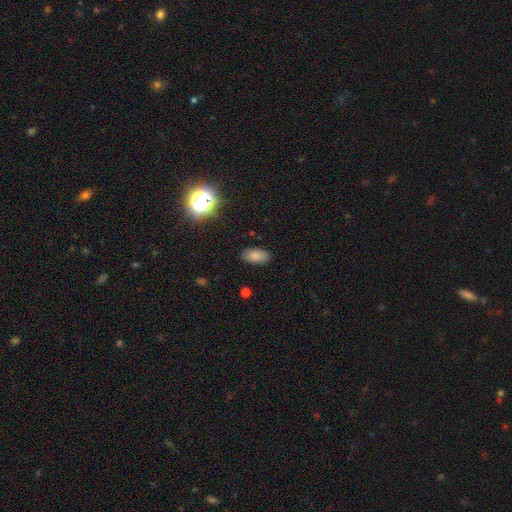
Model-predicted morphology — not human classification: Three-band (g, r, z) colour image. It shows a smooth galaxy with no disk features (79%) that is in between round and cigar-shaped (92%). Merging: none (86%).